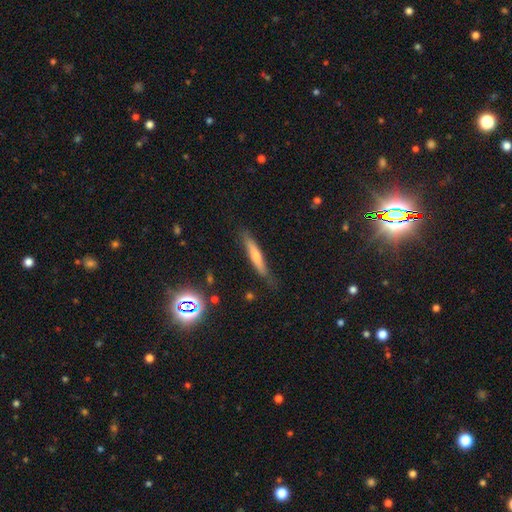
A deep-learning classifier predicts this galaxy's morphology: Smooth or featured? Predicted: smooth (p=0.52). How rounded? Predicted: cigar-shaped (p=0.90). Merging? Predicted: none (p=0.79).